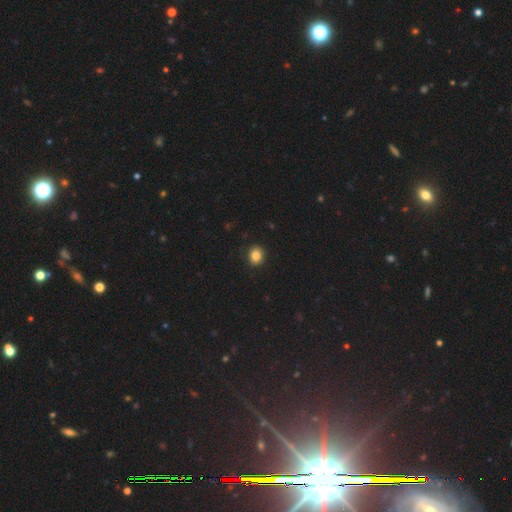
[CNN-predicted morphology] This appears to be a smooth galaxy with no disk features (84%) that is round (70%). Merging: none (91%).